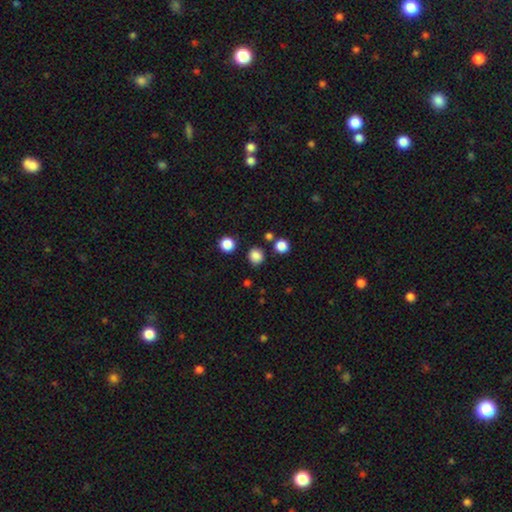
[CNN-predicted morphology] A smooth galaxy with no disk features (83%) that is round (82%).

Vote fractions:
- Smooth or featured? smooth: 83% / star or artifact: 13% / featured or disk: 4%
- How rounded? round: 82% / in between: 17% / cigar-shaped: 1%
- Merging? none: 83% / minor disturbance: 8% / merger: 5% / major disturbance: 3%